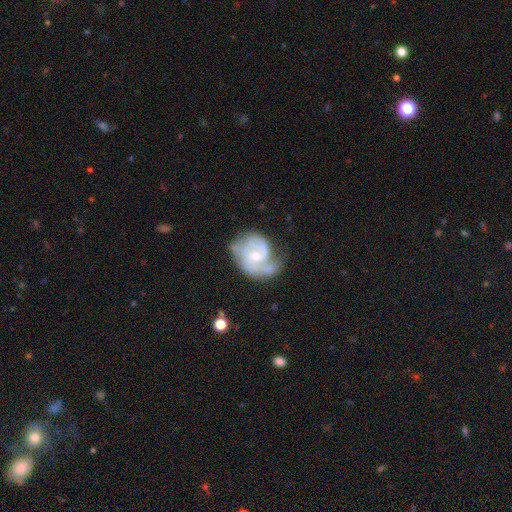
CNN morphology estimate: This is clearly a featured or disk galaxy (82%). It is clearly not viewed edge-on (98%). Bar: likely no (62%). Spiral arm pattern: clearly yes (92%). Spiral arm count: possibly 2 (53%). Spiral winding: marginally tight (43%). Central bulge: possibly small (52%). Merging: marginally none (43%).